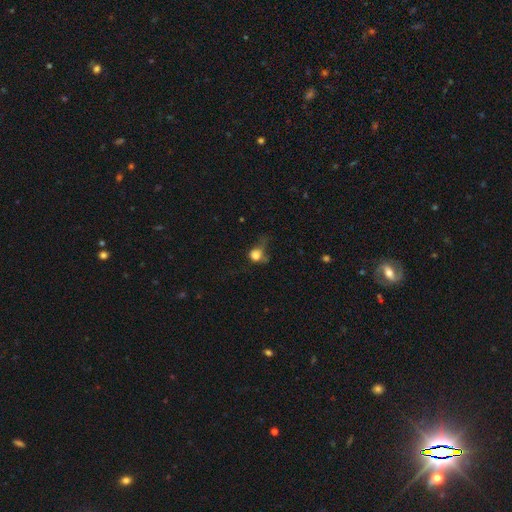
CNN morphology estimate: The model was most divided on "merging": major disturbance: 42%, none: 28%, minor disturbance: 24%, merger: 6%. More confident: smooth or featured — smooth (72%); how rounded — round (70%).